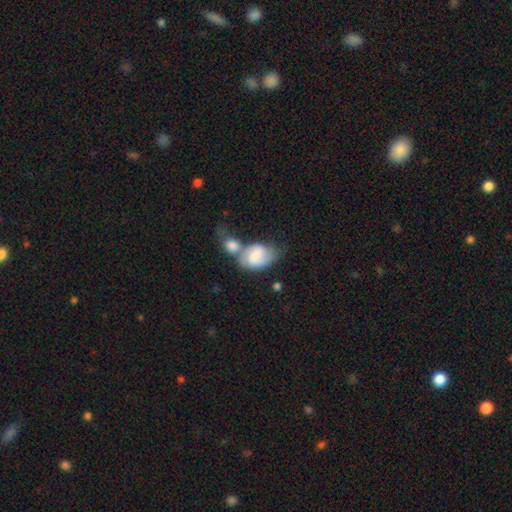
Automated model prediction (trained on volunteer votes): smooth_or_featured: smooth (p=0.55) [alt: featured or disk p=0.38]
how_rounded: in between (p=0.77) [alt: round p=0.22]
merging: merger (p=0.59) [alt: none p=0.18]